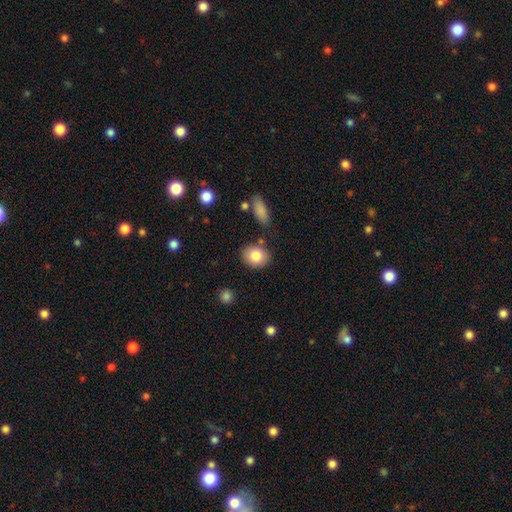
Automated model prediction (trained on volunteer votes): This is clearly a smooth galaxy (84%). How rounded: possibly round (52%). Merging: clearly none (81%).